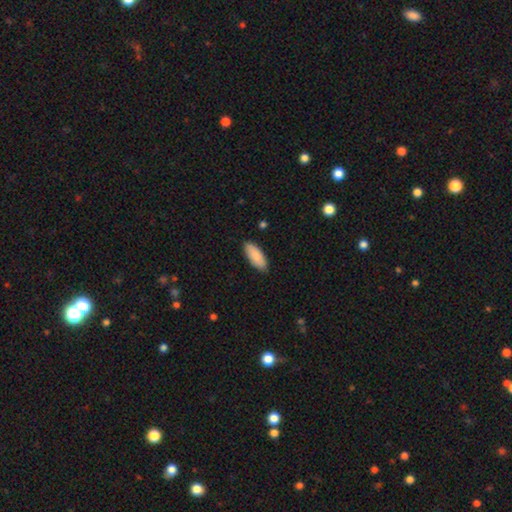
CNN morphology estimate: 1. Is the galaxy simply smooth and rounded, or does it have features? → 89% smooth, 6% featured or disk, 5% star or artifact.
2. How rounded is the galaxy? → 82% in between, 16% cigar-shaped, 2% round.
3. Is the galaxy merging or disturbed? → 88% none, 10% minor disturbance, 2% major disturbance, 1% merger.